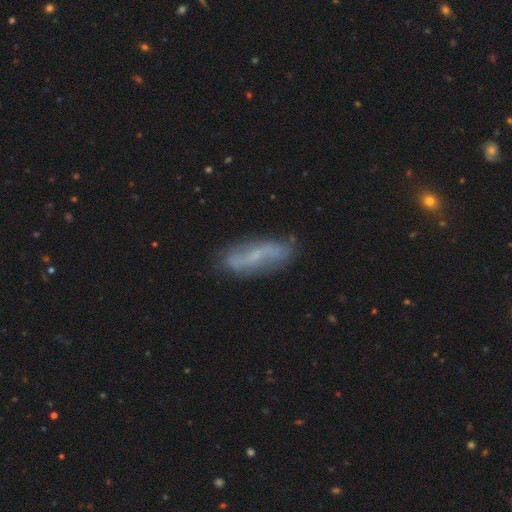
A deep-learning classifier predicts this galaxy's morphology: Smooth or featured? Predicted: featured or disk (p=0.57). Edge-on disk? Predicted: no (p=0.77). Merging? Predicted: none (p=0.77).